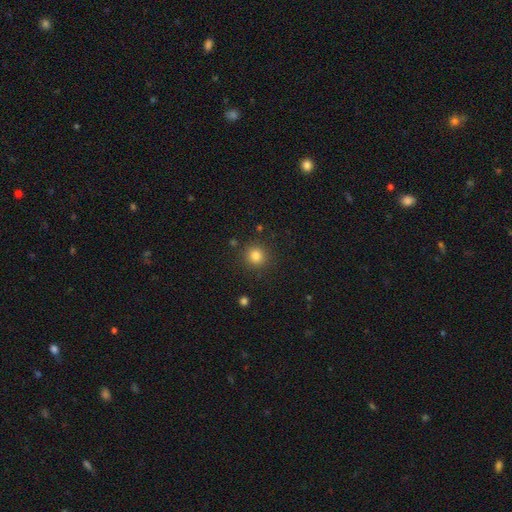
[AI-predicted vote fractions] A smooth galaxy with no disk features (82%) that is round (93%).

Vote fractions:
- Smooth or featured? smooth: 82% / star or artifact: 13% / featured or disk: 5%
- How rounded? round: 93% / in between: 6% / cigar-shaped: 1%
- Merging? none: 89% / minor disturbance: 6% / major disturbance: 2% / merger: 2%